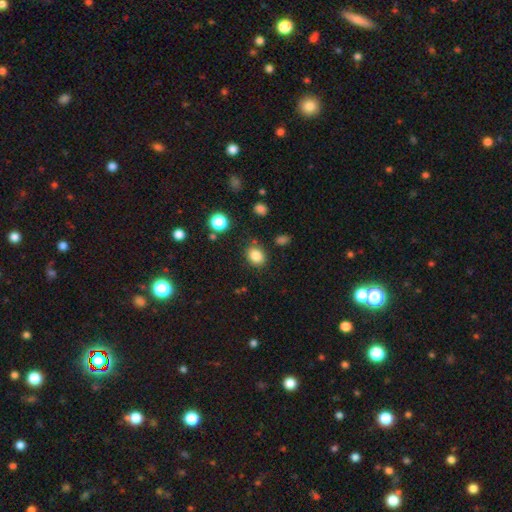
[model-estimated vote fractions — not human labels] A smooth galaxy with no disk features (83%) that is in between round and cigar-shaped (50%).

Vote fractions:
- Smooth or featured? smooth: 83% / star or artifact: 11% / featured or disk: 5%
- How rounded? in between: 50% / round: 49% / cigar-shaped: 1%
- Merging? none: 81% / minor disturbance: 12% / merger: 4% / major disturbance: 4%